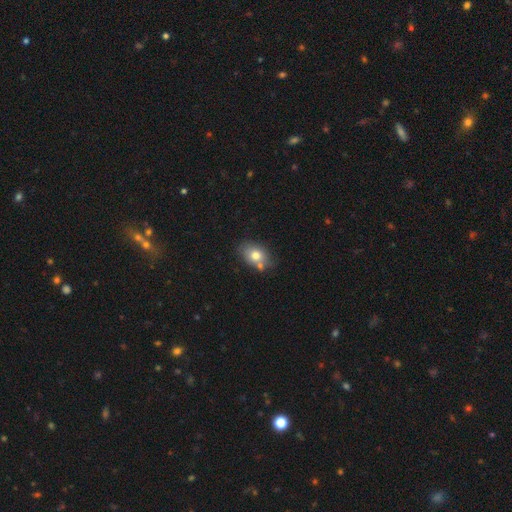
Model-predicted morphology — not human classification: smooth 74%, featured or disk 17%, star or artifact 9%. Down the decision tree: how rounded — in between (72%); merging — none (62%).